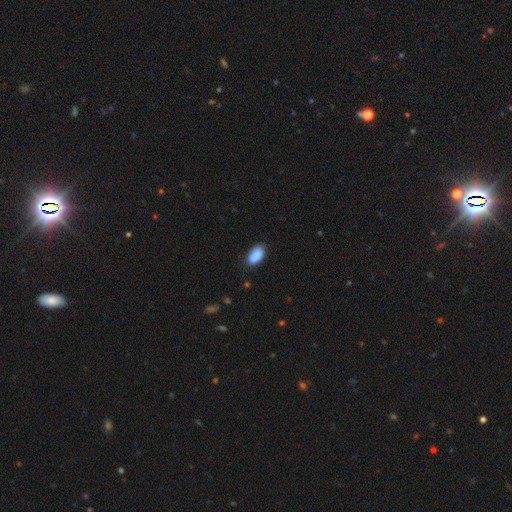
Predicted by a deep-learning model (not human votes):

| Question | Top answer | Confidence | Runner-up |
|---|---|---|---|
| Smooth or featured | smooth | 87% | star or artifact (7%) |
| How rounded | in between | 93% | round (4%) |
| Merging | none | 72% | minor disturbance (21%) |